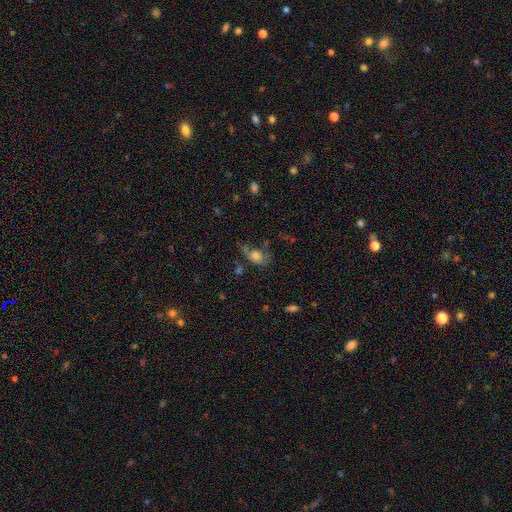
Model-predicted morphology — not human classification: type=smooth (68%); roundness=in between (76%); merging=none (34%).